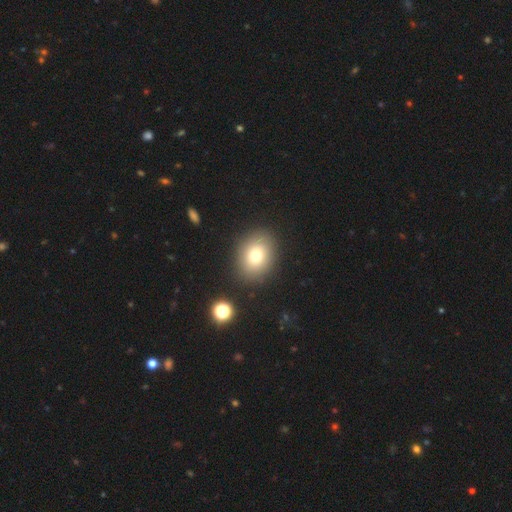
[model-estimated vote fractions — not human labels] A smooth galaxy with no disk features (76%) that is in between round and cigar-shaped (56%).

Vote fractions:
- Smooth or featured? smooth: 76% / star or artifact: 12% / featured or disk: 11%
- How rounded? in between: 56% / round: 43% / cigar-shaped: 1%
- Merging? none: 87% / minor disturbance: 8% / major disturbance: 3% / merger: 2%